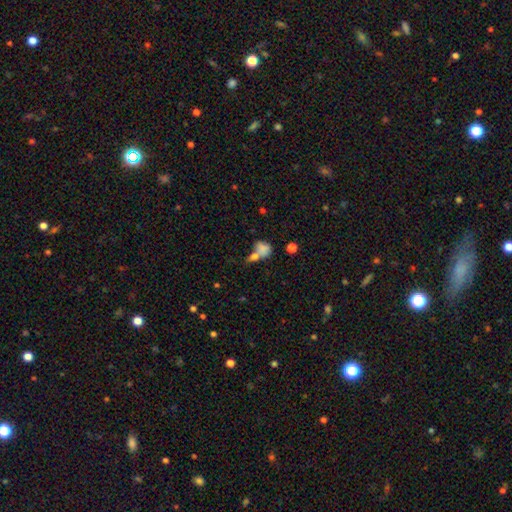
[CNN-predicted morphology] Smooth or featured? Predicted: smooth (p=0.75). How rounded? Predicted: in between (p=0.61). Merging? Predicted: merger (p=0.54).